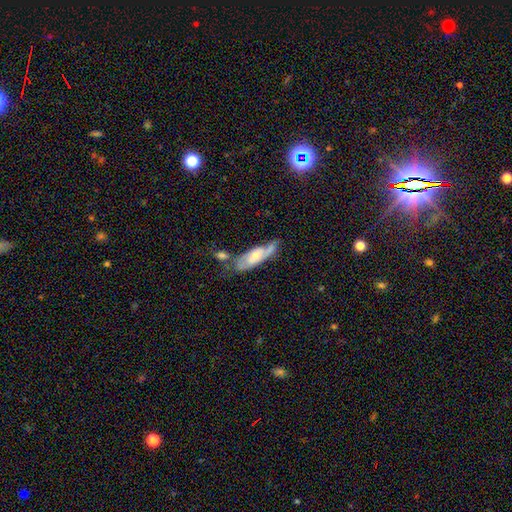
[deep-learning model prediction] Smooth or featured? Predicted: featured or disk (p=0.50). Merging? Predicted: none (p=0.42).